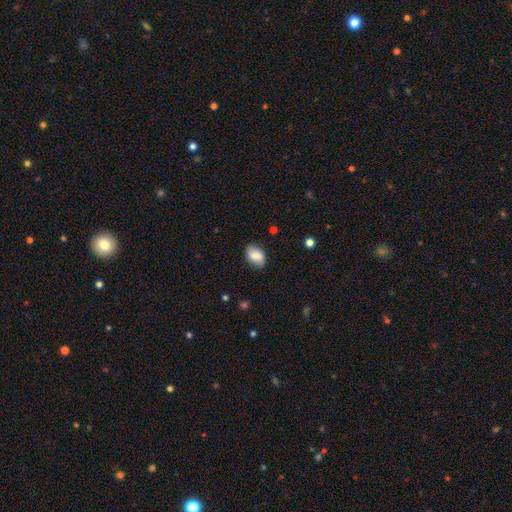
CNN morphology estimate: type=smooth (79%); roundness=in between (85%); merging=none (80%).